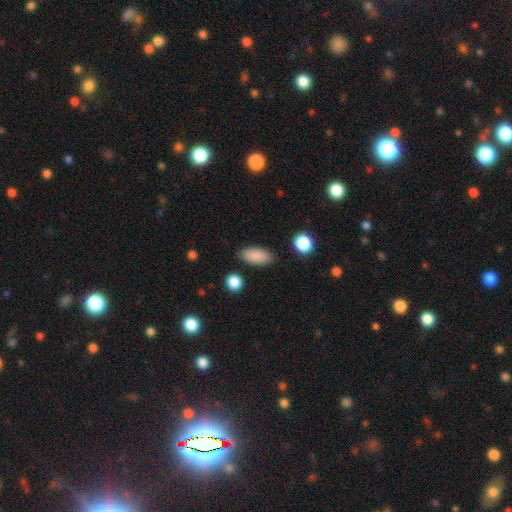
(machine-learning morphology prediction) smooth-or-featured: smooth: 88% | star or artifact: 7% | featured or disk: 5%
  how-rounded: in between: 88% | cigar-shaped: 9% | round: 3%
  merging: none: 86% | minor disturbance: 9% | major disturbance: 3% | merger: 2%